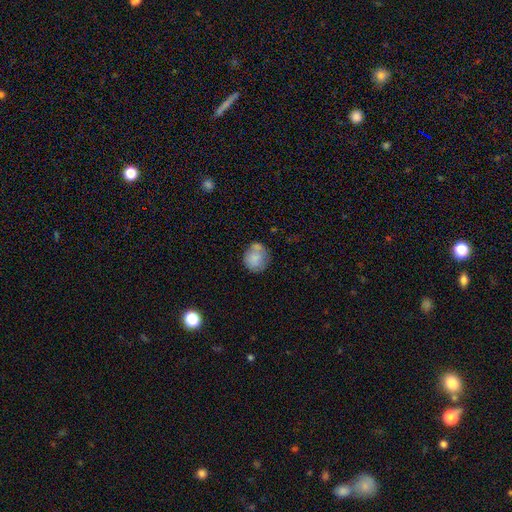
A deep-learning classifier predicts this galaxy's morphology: Q: Smooth or featured?
A: smooth (75%); runner-up: featured or disk (17%)
Q: How rounded?
A: round (82%); runner-up: in between (17%)
Q: Merging?
A: none (52%); runner-up: minor disturbance (22%)